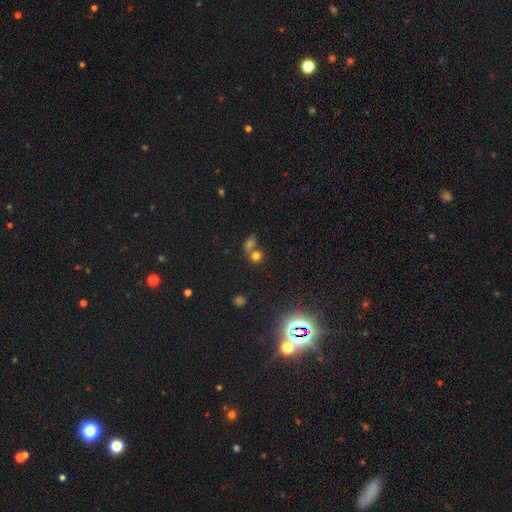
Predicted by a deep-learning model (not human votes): A smooth galaxy with no disk features (65%) that is round (67%).

Vote fractions:
- Smooth or featured? smooth: 65% / star or artifact: 26% / featured or disk: 10%
- How rounded? round: 67% / in between: 31% / cigar-shaped: 2%
- Merging? merger: 45% / none: 42% / minor disturbance: 8% / major disturbance: 5%